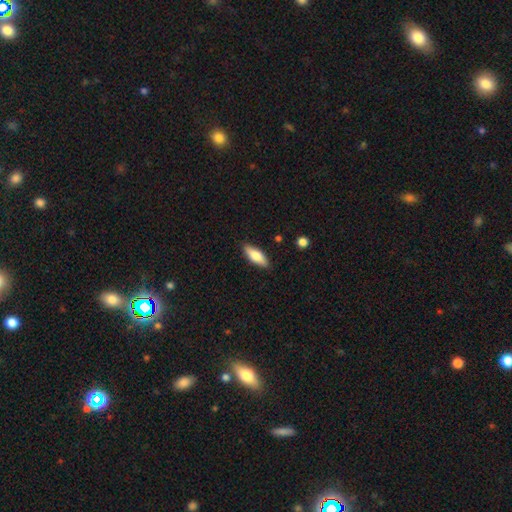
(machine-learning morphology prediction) smooth 76%, featured or disk 18%, star or artifact 6%. Down the decision tree: how rounded — in between (68%); merging — none (87%).